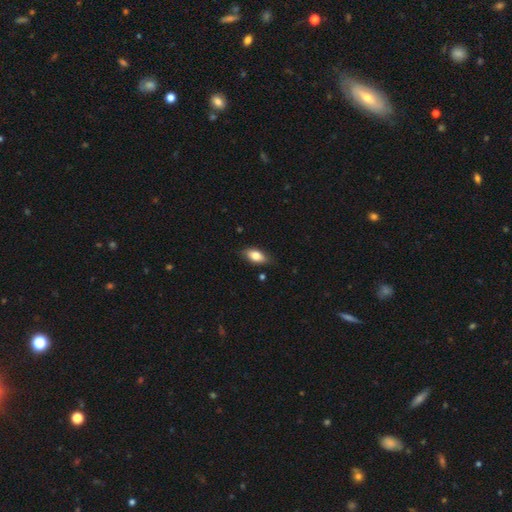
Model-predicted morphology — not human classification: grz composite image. It shows a smooth galaxy with no disk features (79%) that is in between round and cigar-shaped (88%). Merging: none (82%).